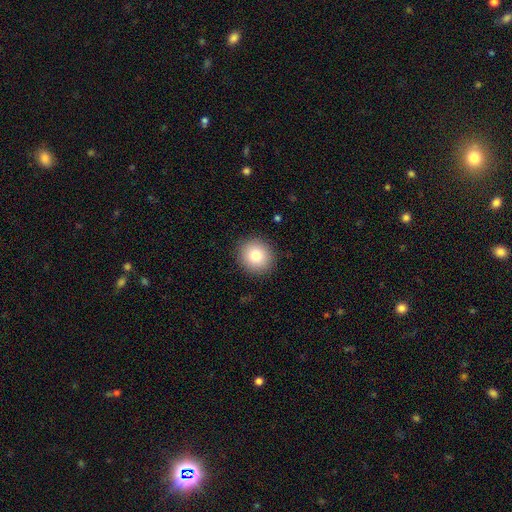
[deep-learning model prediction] Smooth or featured? smooth (80%)
How rounded? round (88%)
Merging? none (90%)